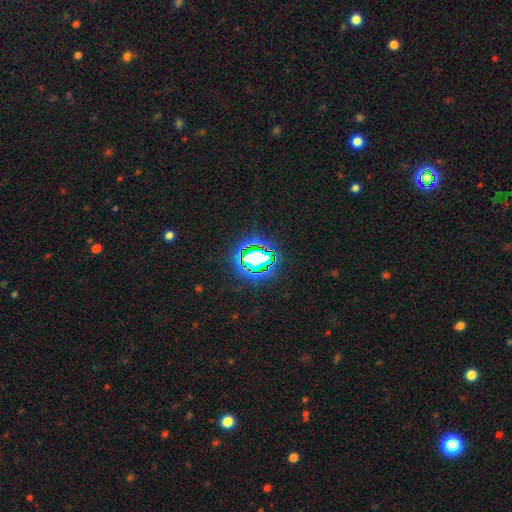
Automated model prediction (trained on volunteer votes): Overall: star or artifact (71%).